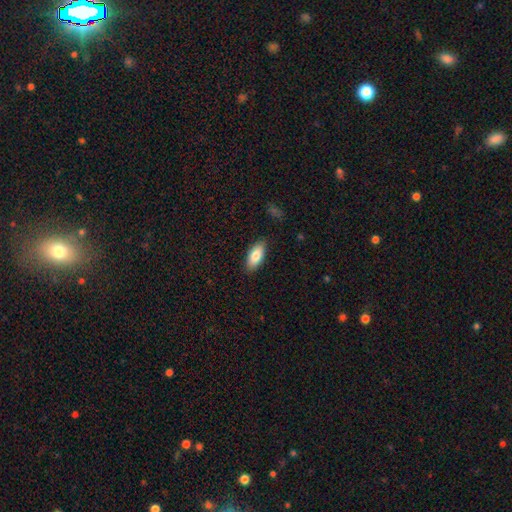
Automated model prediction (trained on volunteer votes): Overall: smooth (83%). How rounded: in between (86%). Merging: none (87%).